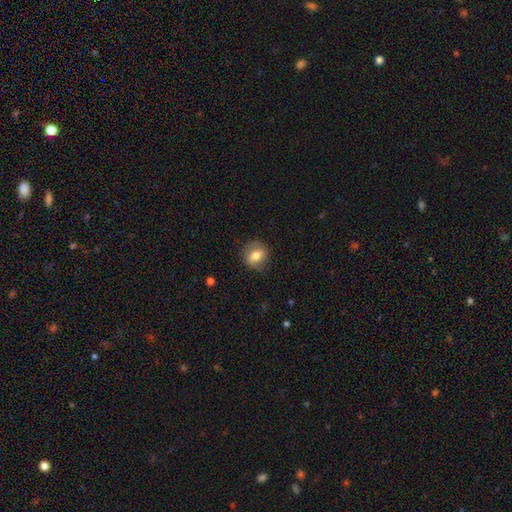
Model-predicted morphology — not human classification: type=smooth (63%); roundness=round (63%); merging=none (79%).